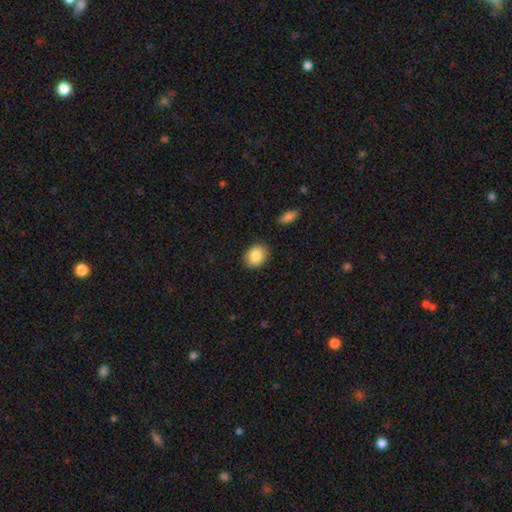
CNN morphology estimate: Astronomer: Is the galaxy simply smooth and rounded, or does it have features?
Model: smooth — 86%.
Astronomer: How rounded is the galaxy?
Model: in between — 54% (runner-up: round, 44%).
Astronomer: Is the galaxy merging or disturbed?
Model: none — 87%.